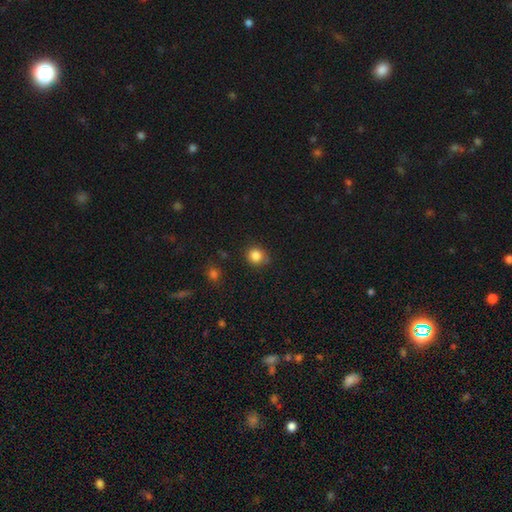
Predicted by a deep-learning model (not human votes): Smooth or featured: smooth — 85% (star or artifact — 11%)
How rounded: round — 85% (in between — 14%)
Merging: none — 79% (minor disturbance — 15%)